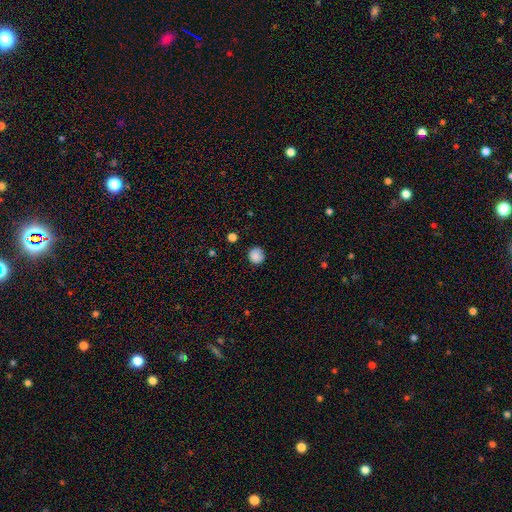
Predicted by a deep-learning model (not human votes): This is clearly a smooth galaxy (87%). How rounded: clearly round (91%). Merging: clearly none (85%).